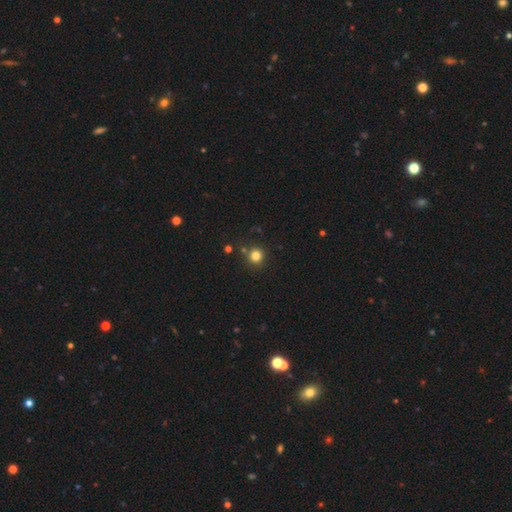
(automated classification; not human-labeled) Overall: smooth (81%). How rounded: round (94%). Merging: none (84%).